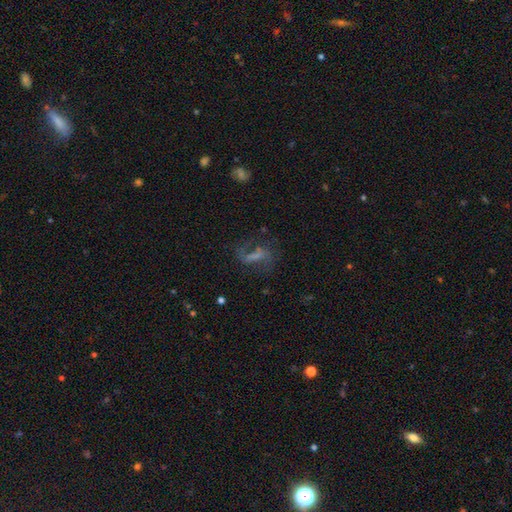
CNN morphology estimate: A featured or disk galaxy (58%) with a strong bar (40%), spiral arms (75%) and no central bulge (55%). Merging: none (52%).